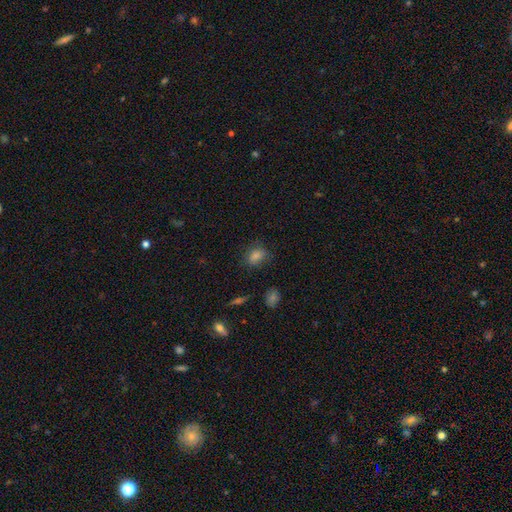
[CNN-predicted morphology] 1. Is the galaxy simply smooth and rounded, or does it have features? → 75% smooth, 17% star or artifact, 8% featured or disk.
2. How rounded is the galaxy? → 56% in between, 42% round, 2% cigar-shaped.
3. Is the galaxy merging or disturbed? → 77% none, 16% minor disturbance, 5% major disturbance, 2% merger.